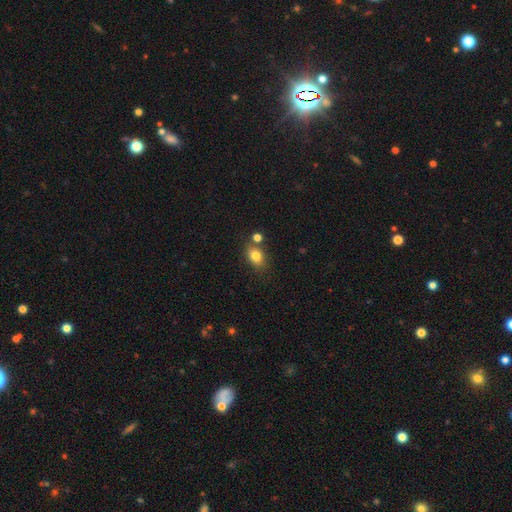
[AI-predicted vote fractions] Smooth or featured?
  - smooth: 81% *
  - star or artifact: 10%
  - featured or disk: 9%
How rounded?
  - in between: 71% *
  - round: 28%
  - cigar-shaped: 2%
Merging?
  - none: 69% *
  - merger: 14%
  - minor disturbance: 13%
  - major disturbance: 4%